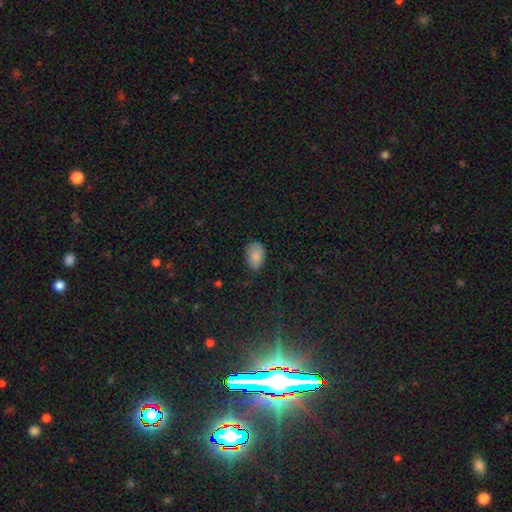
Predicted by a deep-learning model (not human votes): Overall: smooth (85%). How rounded: in between (86%). Merging: none (72%).